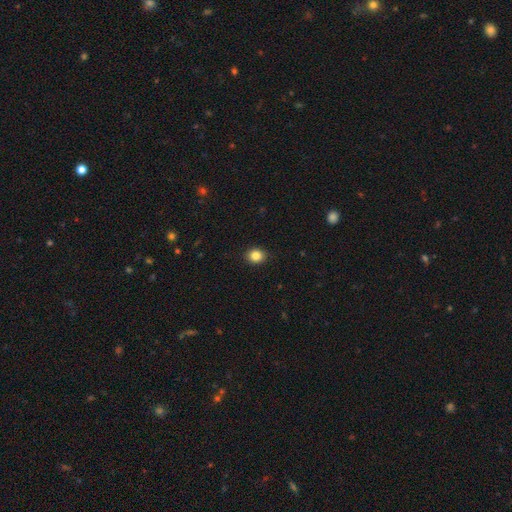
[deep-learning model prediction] Smooth or featured: smooth — 85% (star or artifact — 10%)
How rounded: round — 66% (in between — 33%)
Merging: none — 89% (minor disturbance — 8%)